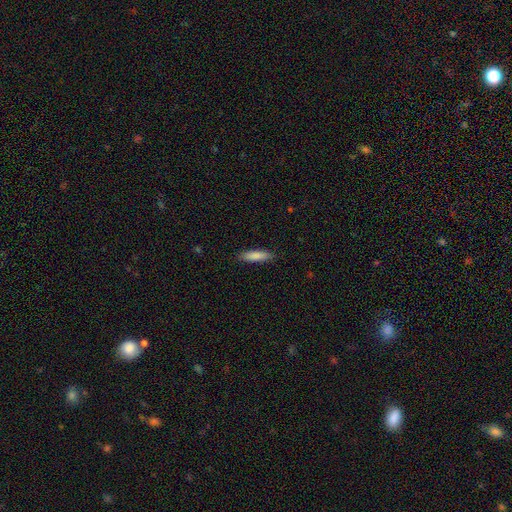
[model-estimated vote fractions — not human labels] A smooth galaxy with no disk features (85%) that is cigar-shaped (70%).

Vote fractions:
- Smooth or featured? smooth: 85% / featured or disk: 9% / star or artifact: 6%
- How rounded? cigar-shaped: 70% / in between: 29% / round: 1%
- Merging? none: 88% / minor disturbance: 9% / major disturbance: 2% / merger: 1%